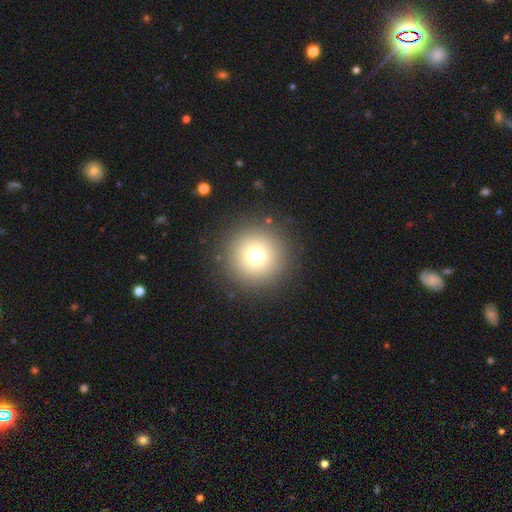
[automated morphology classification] A smooth galaxy with no disk features (72%) that is round (97%). Merging: none (90%).